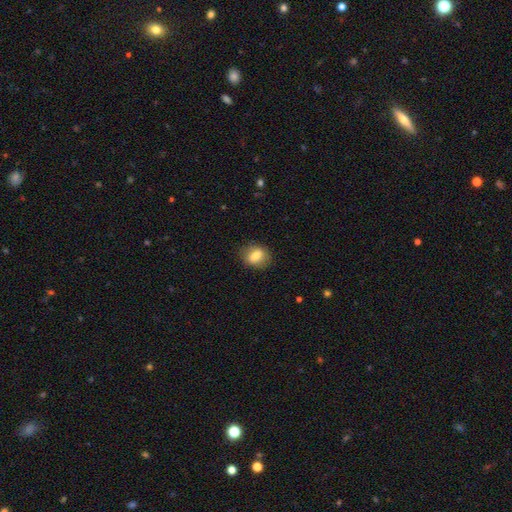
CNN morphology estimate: smooth_or_featured: smooth (p=0.77) [alt: featured or disk p=0.15]
how_rounded: in between (p=0.54) [alt: round p=0.45]
merging: none (p=0.80) [alt: minor disturbance p=0.14]